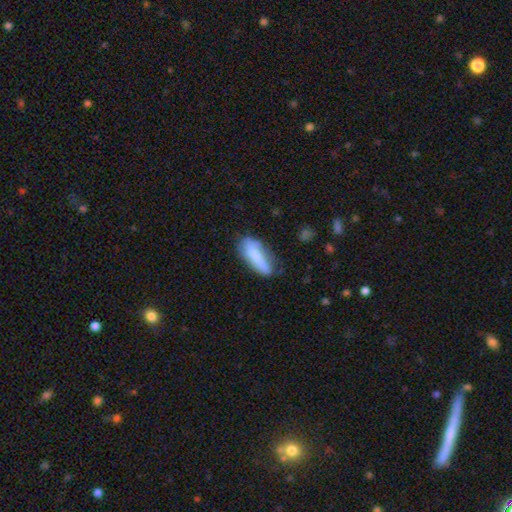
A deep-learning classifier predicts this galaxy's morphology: Overall: smooth (73%). How rounded: in between (54%; cigar-shaped 44%). Merging: none (59%; minor disturbance 29%).